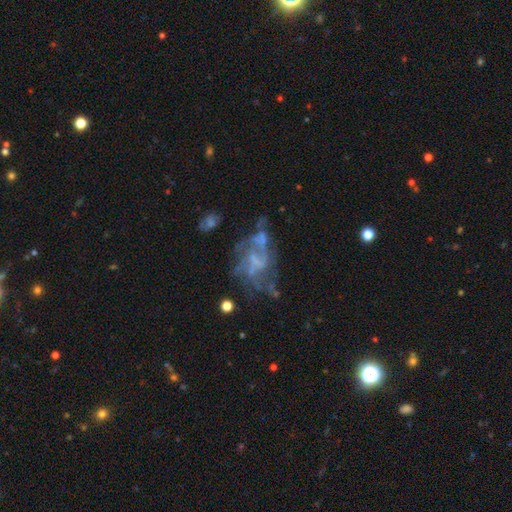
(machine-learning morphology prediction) Smooth or featured: featured or disk — 61% (star or artifact — 23%)
Edge-on disk: no — 96% (yes — 4%)
Bar: no — 68% (weak — 25%)
Spiral arms: yes — 54% (no — 46%)
Bulge size: small — 39% (none — 36%)
Merging: none — 42% (major disturbance — 24%)